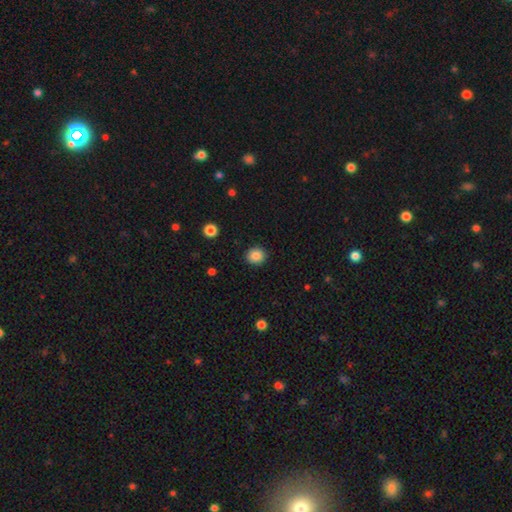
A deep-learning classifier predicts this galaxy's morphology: Smooth or featured: smooth — 86% (star or artifact — 10%)
How rounded: round — 82% (in between — 17%)
Merging: none — 91% (minor disturbance — 6%)